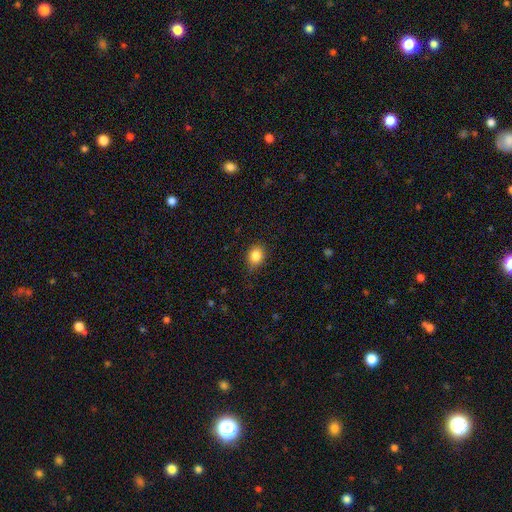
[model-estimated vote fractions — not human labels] Smooth or featured? smooth (84%)
How rounded? round (66%)
Merging? none (77%)